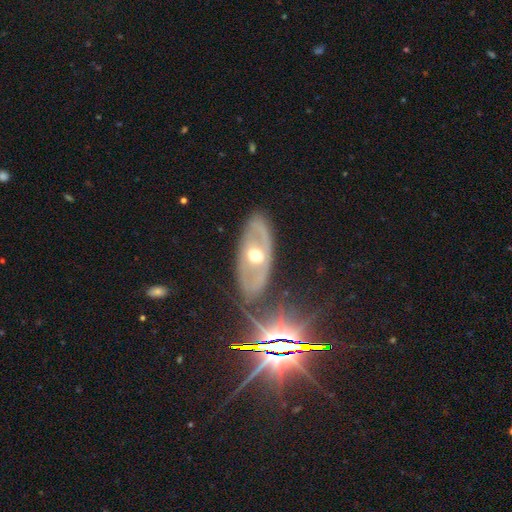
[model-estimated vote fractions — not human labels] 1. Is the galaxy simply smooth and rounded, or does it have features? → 70% featured or disk, 23% smooth, 6% star or artifact.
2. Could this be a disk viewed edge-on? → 85% no, 15% yes.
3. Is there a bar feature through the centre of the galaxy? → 68% no, 22% weak, 10% strong.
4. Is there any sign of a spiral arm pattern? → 58% no, 42% yes.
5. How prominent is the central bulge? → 76% moderate, 15% small, 7% large, 1% dominant, 1% none.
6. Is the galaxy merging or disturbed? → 76% none, 15% minor disturbance, 6% major disturbance, 4% merger.